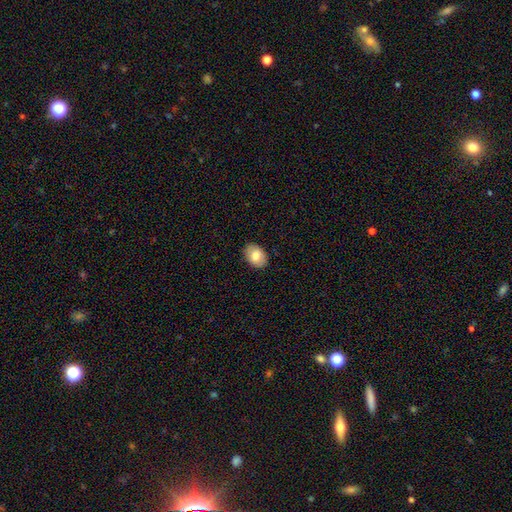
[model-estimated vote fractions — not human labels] smooth-or-featured: smooth: 78% | featured or disk: 15% | star or artifact: 7%
  how-rounded: in between: 83% | round: 16% | cigar-shaped: 1%
  merging: none: 89% | minor disturbance: 9% | major disturbance: 2% | merger: 1%